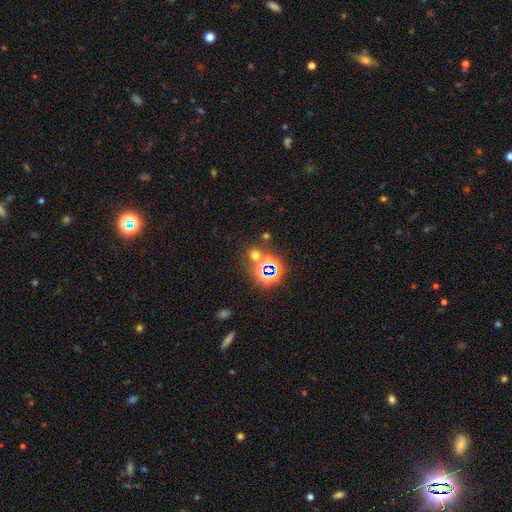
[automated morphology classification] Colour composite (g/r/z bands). It shows a smooth galaxy with no disk features (47%). Merging: none (69%).